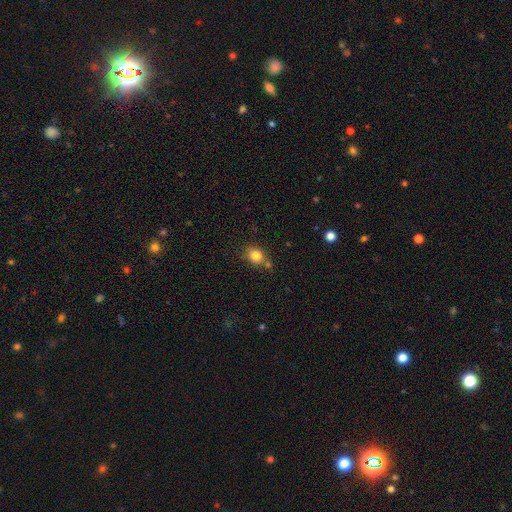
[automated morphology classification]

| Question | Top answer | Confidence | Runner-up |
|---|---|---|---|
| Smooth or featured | smooth | 82% | star or artifact (11%) |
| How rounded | round | 61% | in between (38%) |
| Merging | none | 66% | minor disturbance (15%) |